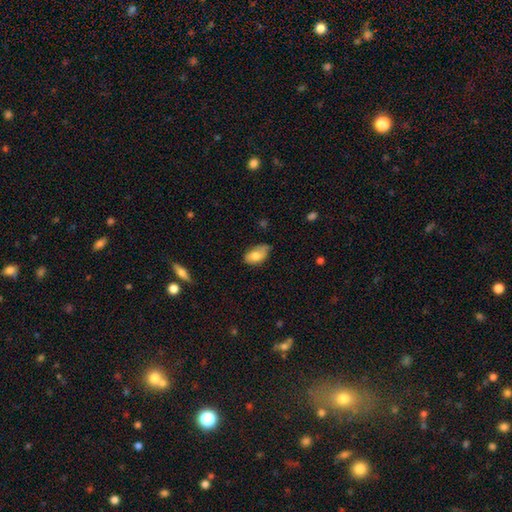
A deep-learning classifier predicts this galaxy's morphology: smooth-or-featured: smooth: 76% | featured or disk: 17% | star or artifact: 7%
  how-rounded: in between: 92% | round: 6% | cigar-shaped: 2%
  merging: none: 54% | minor disturbance: 37% | major disturbance: 7% | merger: 2%